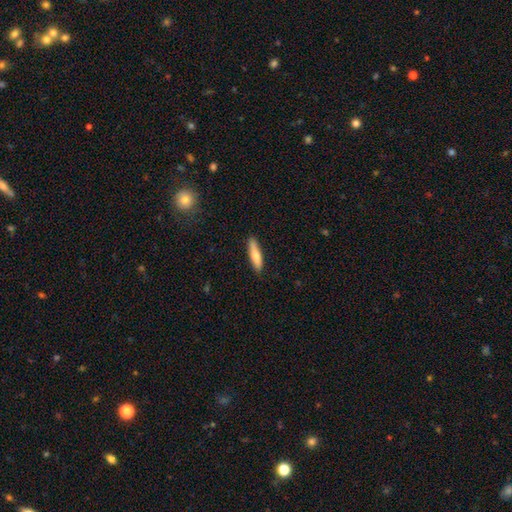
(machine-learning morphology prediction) smooth_or_featured: smooth (p=0.70) [alt: featured or disk p=0.25]
how_rounded: cigar-shaped (p=0.78) [alt: in between p=0.21]
merging: none (p=0.87) [alt: minor disturbance p=0.10]